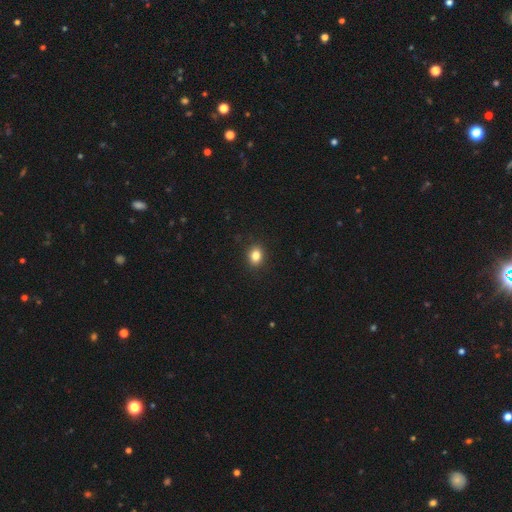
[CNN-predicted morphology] This appears to be a smooth galaxy with no disk features (84%) that is round (52%). Merging: none (90%).